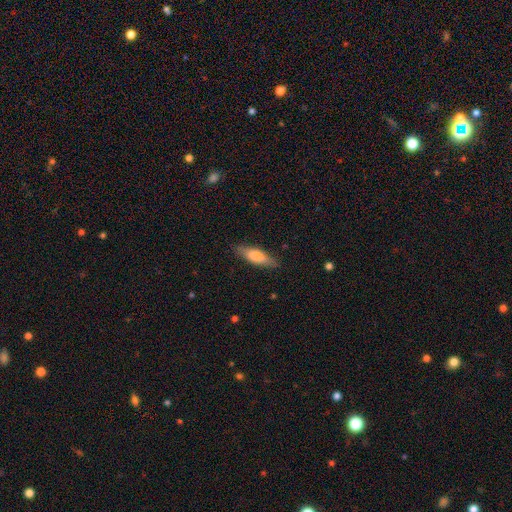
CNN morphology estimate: smooth_or_featured: smooth (p=0.68) [alt: featured or disk p=0.26]
how_rounded: cigar-shaped (p=0.56) [alt: in between p=0.42]
merging: none (p=0.84) [alt: minor disturbance p=0.12]